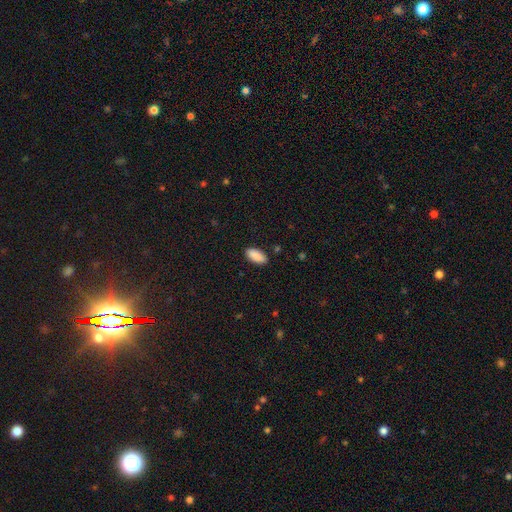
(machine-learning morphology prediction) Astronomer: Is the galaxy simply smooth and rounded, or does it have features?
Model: smooth — 90%.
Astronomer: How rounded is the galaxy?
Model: in between — 90%.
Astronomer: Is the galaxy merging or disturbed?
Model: none — 87%.